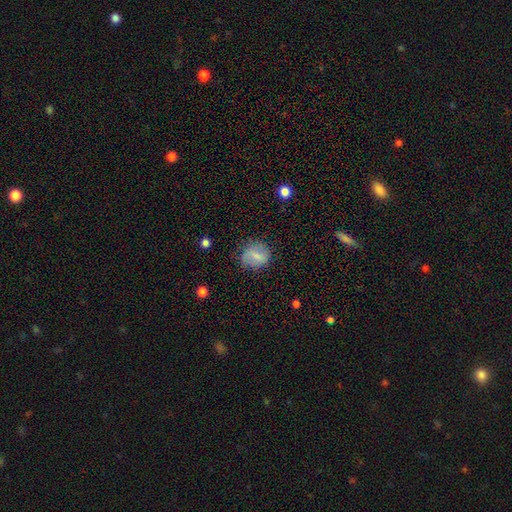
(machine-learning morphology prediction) smooth_or_featured: smooth (p=0.70) [alt: featured or disk p=0.20]
how_rounded: round (p=0.65) [alt: in between p=0.34]
merging: none (p=0.74) [alt: minor disturbance p=0.18]